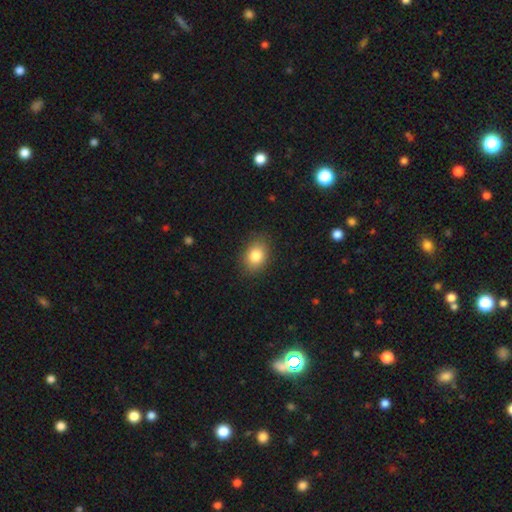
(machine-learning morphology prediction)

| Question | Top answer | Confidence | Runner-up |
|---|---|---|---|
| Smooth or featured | smooth | 83% | star or artifact (9%) |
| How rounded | in between | 66% | round (33%) |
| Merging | none | 85% | minor disturbance (11%) |